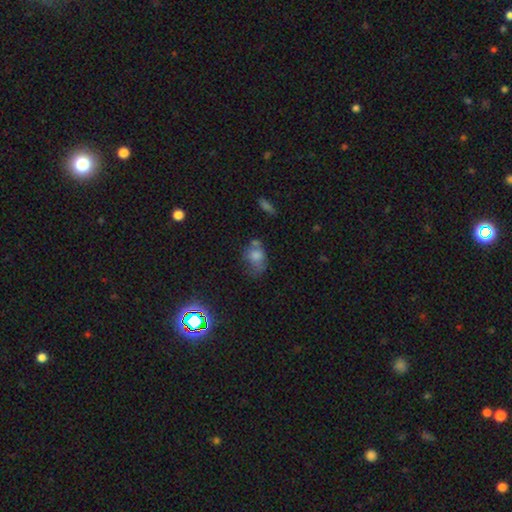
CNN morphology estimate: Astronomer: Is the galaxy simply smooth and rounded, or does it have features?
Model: smooth — 65%.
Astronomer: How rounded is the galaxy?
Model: in between — 63%.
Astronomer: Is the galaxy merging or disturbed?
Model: none — 34% (runner-up: minor disturbance, 28%).